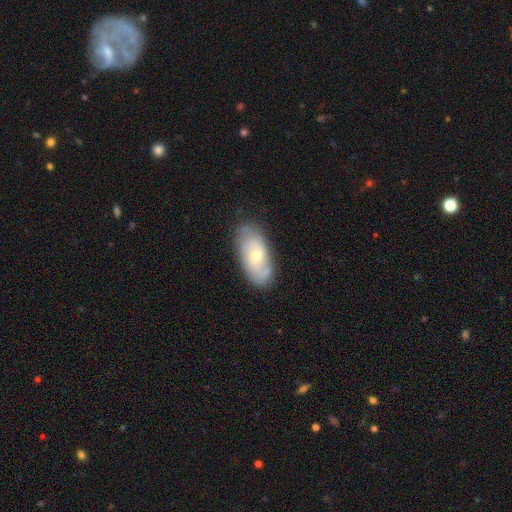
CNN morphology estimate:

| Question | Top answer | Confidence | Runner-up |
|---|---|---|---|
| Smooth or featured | featured or disk | 54% | smooth (39%) |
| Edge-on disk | no | 90% | yes (10%) |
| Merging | none | 75% | minor disturbance (18%) |